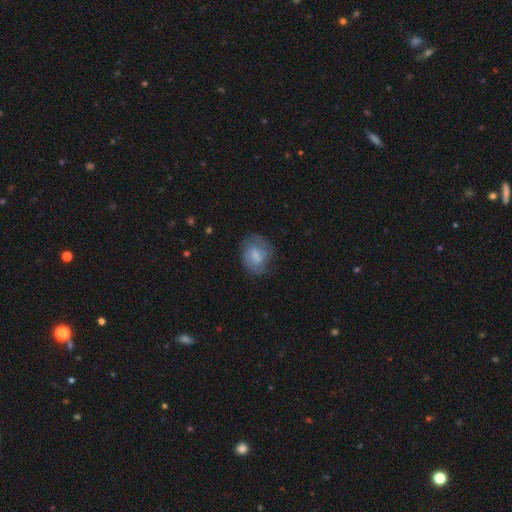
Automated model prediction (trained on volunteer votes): This appears to be a smooth galaxy with no disk features (57%) that is in between round and cigar-shaped (57%). Merging: none (65%).